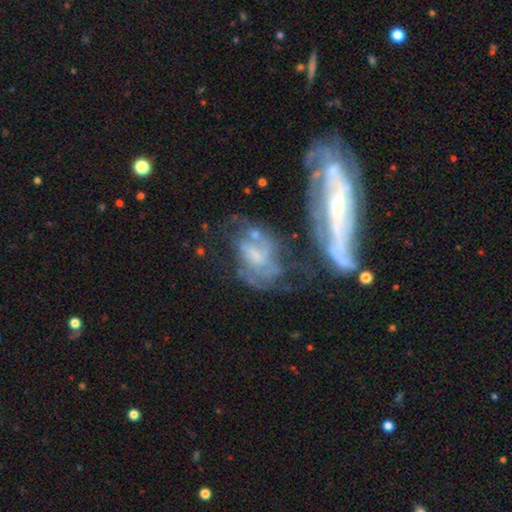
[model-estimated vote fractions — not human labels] A featured or disk galaxy (71%) with no bar (53%), spiral arms (74%) and no central bulge (40%).

Vote fractions:
- Smooth or featured? featured or disk: 71% / smooth: 19% / star or artifact: 10%
- Edge-on disk? no: 94% / yes: 6%
- Bar? no: 53% / weak: 35% / strong: 12%
- Spiral arms? yes: 74% / no: 26%
- Bulge size? none: 40% / small: 27% / moderate: 25% / large: 6% / dominant: 2%
- Merging? none: 34% / merger: 27% / major disturbance: 21% / minor disturbance: 18%